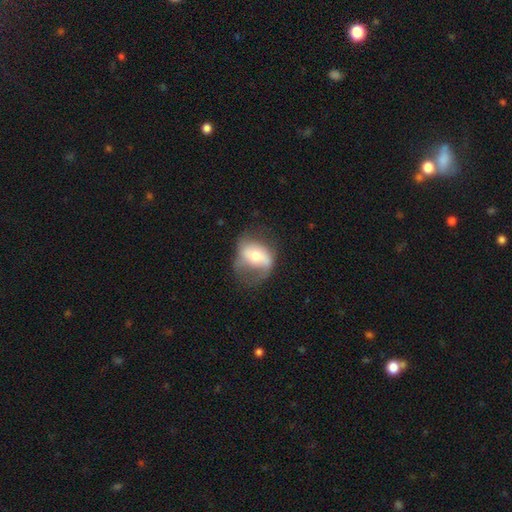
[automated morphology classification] The model was most divided on "merging": none: 37%, major disturbance: 32%, minor disturbance: 28%, merger: 3%. More confident: edge-on disk — no (94%); smooth or featured — featured or disk (50%).